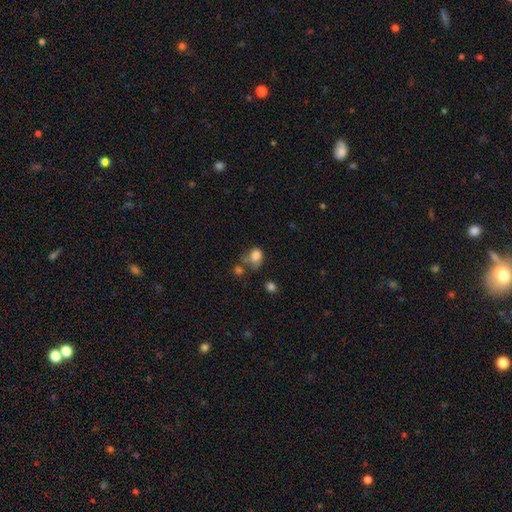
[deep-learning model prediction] Overall: smooth (80%). How rounded: in between (61%; round 37%). Merging: none (36%; minor disturbance 26%).